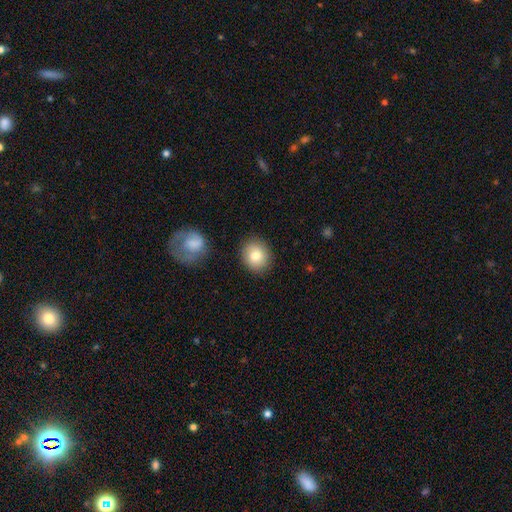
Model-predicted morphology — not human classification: A smooth galaxy with no disk features (80%) that is round (73%).

Vote fractions:
- Smooth or featured? smooth: 80% / featured or disk: 11% / star or artifact: 9%
- How rounded? round: 73% / in between: 26% / cigar-shaped: 1%
- Merging? none: 86% / minor disturbance: 9% / major disturbance: 3% / merger: 3%